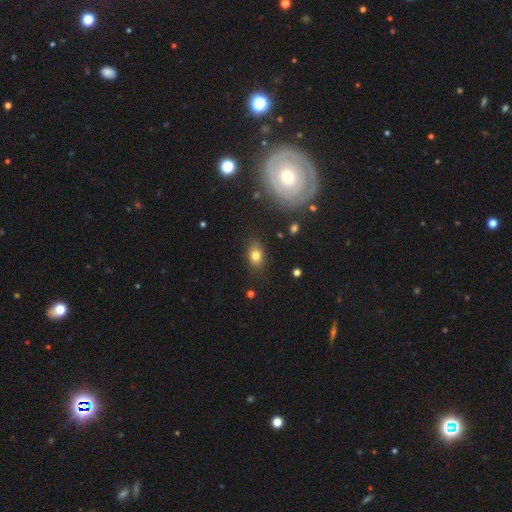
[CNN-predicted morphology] smooth-or-featured: smooth: 78% | star or artifact: 12% | featured or disk: 10%
  how-rounded: in between: 69% | round: 30% | cigar-shaped: 2%
  merging: none: 79% | minor disturbance: 15% | major disturbance: 4% | merger: 2%